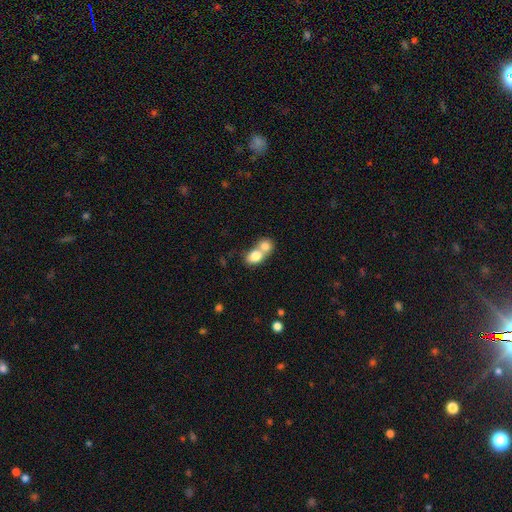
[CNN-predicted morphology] Smooth or featured? smooth (78%)
How rounded? in between (54%)
Merging? merger (71%)